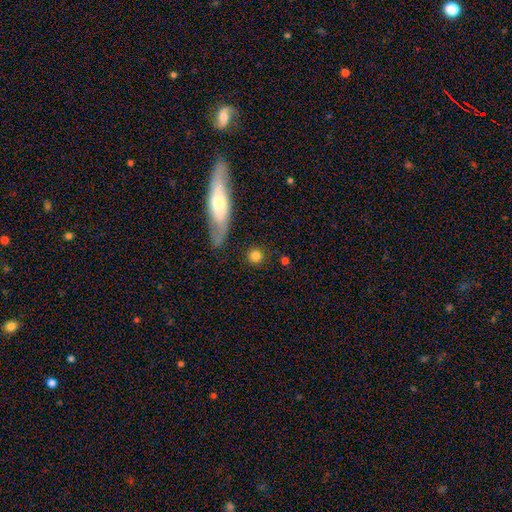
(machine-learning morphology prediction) Smooth or featured? Predicted: smooth (p=0.81). How rounded? Predicted: round (p=0.87). Merging? Predicted: none (p=0.84).